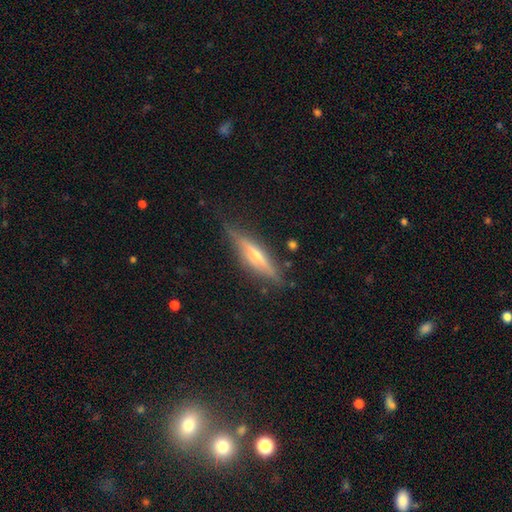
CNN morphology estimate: featured or disk 70%, smooth 23%, star or artifact 7%. Down the decision tree: edge-on disk — yes (94%); edge-on bulge — rounded (80%); merging — none (80%).